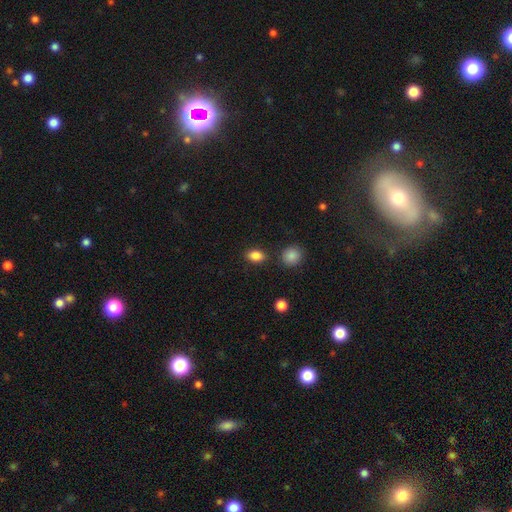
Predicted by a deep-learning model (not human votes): A smooth galaxy with no disk features (86%) that is in between round and cigar-shaped (77%). Merging: none (83%).